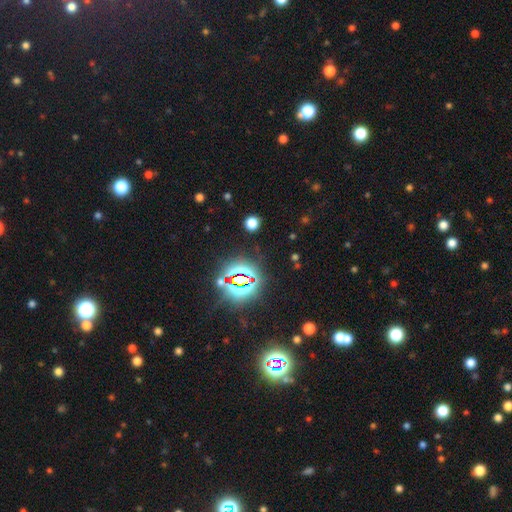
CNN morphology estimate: type=star or artifact (82%).